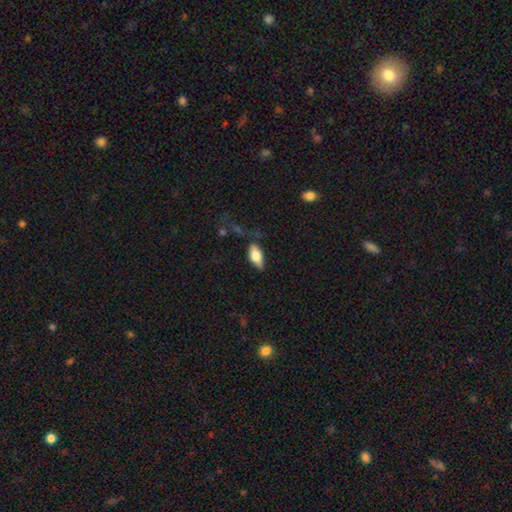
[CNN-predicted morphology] The model was most divided on "smooth or featured": smooth: 68%, featured or disk: 25%, star or artifact: 6%. More confident: how rounded — in between (84%); merging — none (66%).